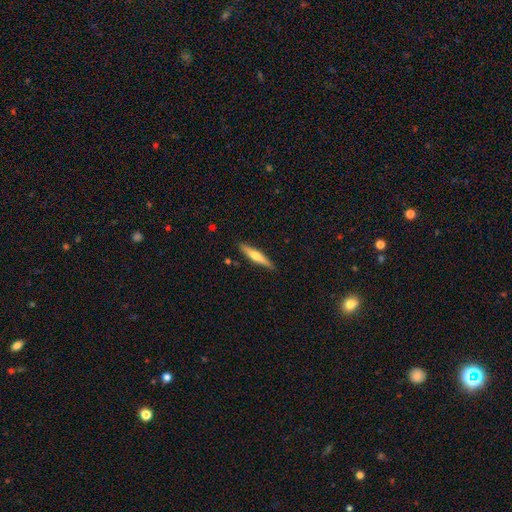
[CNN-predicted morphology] Q: Smooth or featured?
A: featured or disk (49%); runner-up: smooth (45%)
Q: Merging?
A: none (88%); runner-up: minor disturbance (8%)